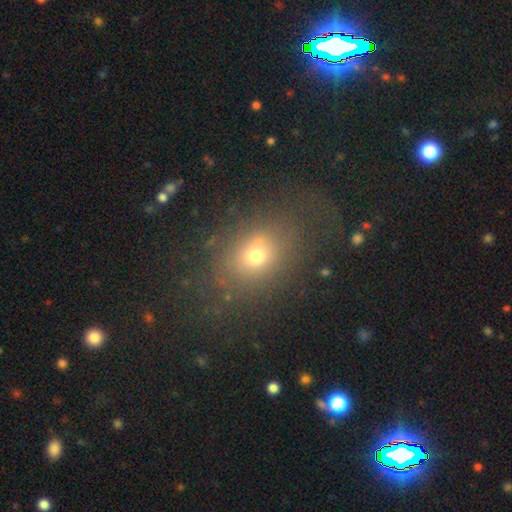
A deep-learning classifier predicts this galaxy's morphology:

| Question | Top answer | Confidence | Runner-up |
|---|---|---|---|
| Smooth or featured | smooth | 66% | star or artifact (18%) |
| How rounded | in between | 52% | round (47%) |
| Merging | none | 64% | minor disturbance (16%) |